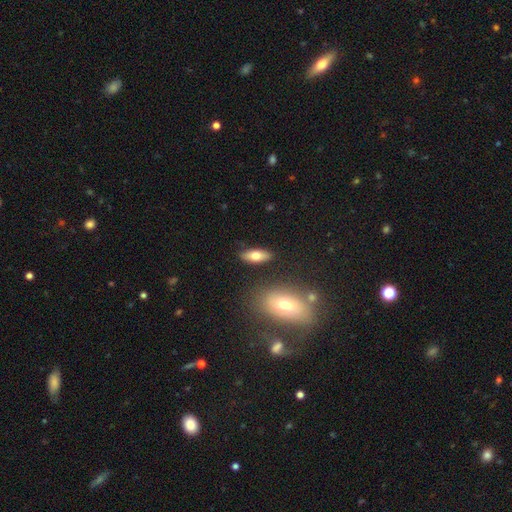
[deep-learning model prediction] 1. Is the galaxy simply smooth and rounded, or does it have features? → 69% smooth, 24% featured or disk, 7% star or artifact.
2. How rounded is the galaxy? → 75% in between, 21% cigar-shaped, 3% round.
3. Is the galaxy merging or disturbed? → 85% none, 9% minor disturbance, 3% merger, 2% major disturbance.